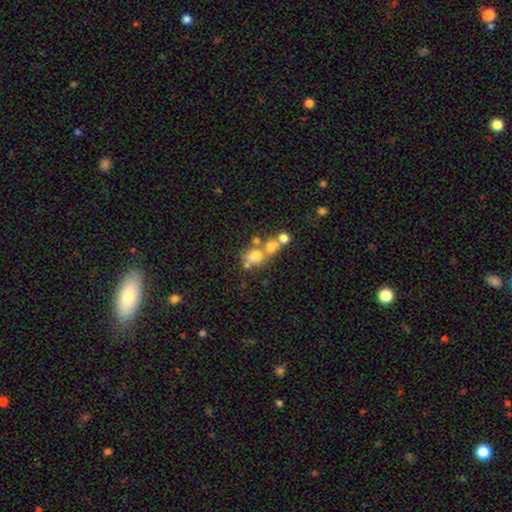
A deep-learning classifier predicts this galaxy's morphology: Q: Smooth or featured?
A: smooth (64%); runner-up: featured or disk (19%)
Q: How rounded?
A: round (62%); runner-up: in between (36%)
Q: Merging?
A: merger (49%); runner-up: none (35%)